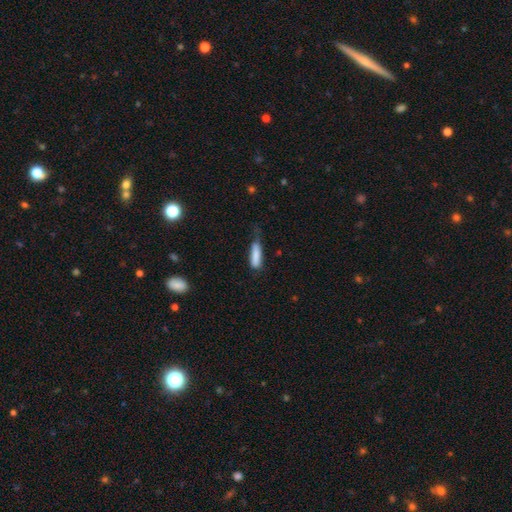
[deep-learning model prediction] This appears to be a smooth galaxy with no disk features (83%) that is cigar-shaped (69%). Merging: minor disturbance (40%).